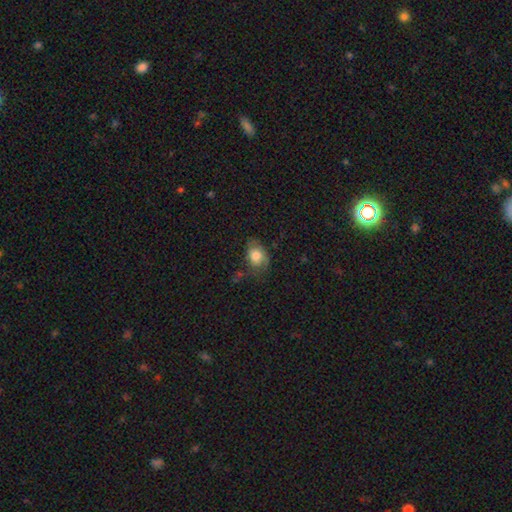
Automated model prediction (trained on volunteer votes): Overall: smooth (74%). How rounded: in between (72%). Merging: none (56%; minor disturbance 29%).